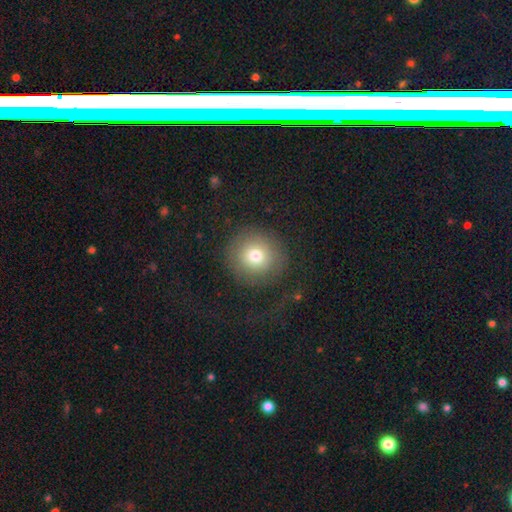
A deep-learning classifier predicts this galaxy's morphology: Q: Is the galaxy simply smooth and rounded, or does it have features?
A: smooth — 74%.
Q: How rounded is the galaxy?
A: round — 93%.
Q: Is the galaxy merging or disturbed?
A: none — 76%.